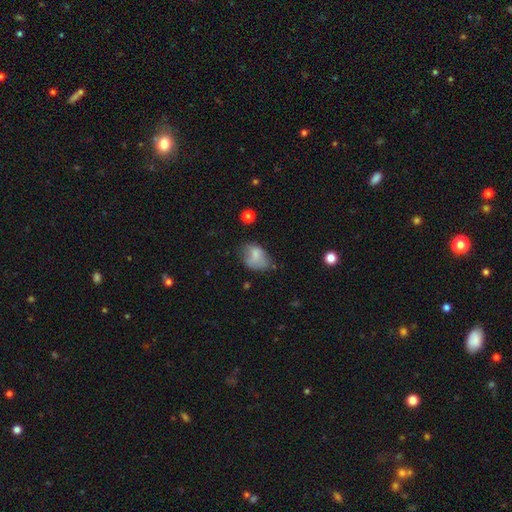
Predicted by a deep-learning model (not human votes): The model was most divided on "merging": none: 40%, minor disturbance: 35%, major disturbance: 19%, merger: 5%. More confident: how rounded — in between (78%); smooth or featured — smooth (71%).